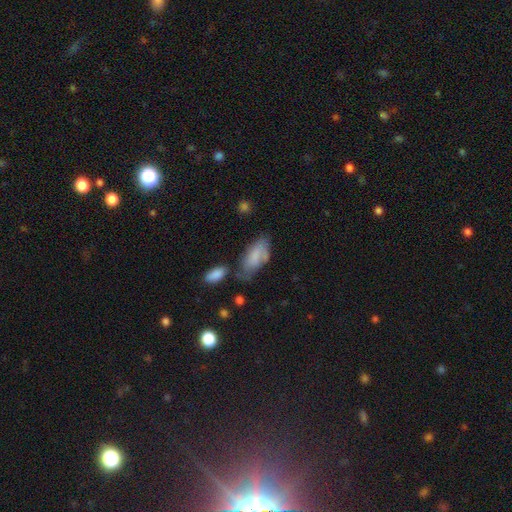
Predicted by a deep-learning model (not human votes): Smooth or featured? smooth (72%)
How rounded? in between (87%)
Merging? none (41%)